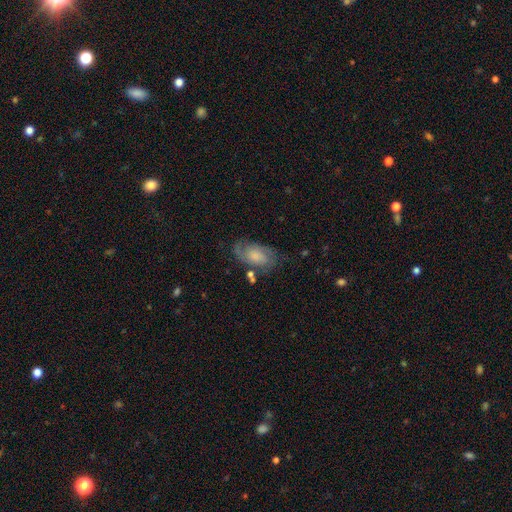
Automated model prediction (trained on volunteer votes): A featured or disk galaxy (47%).

Vote fractions:
- Smooth or featured? featured or disk: 47% / smooth: 45% / star or artifact: 8%
- Merging? none: 58% / minor disturbance: 25% / major disturbance: 13% / merger: 4%